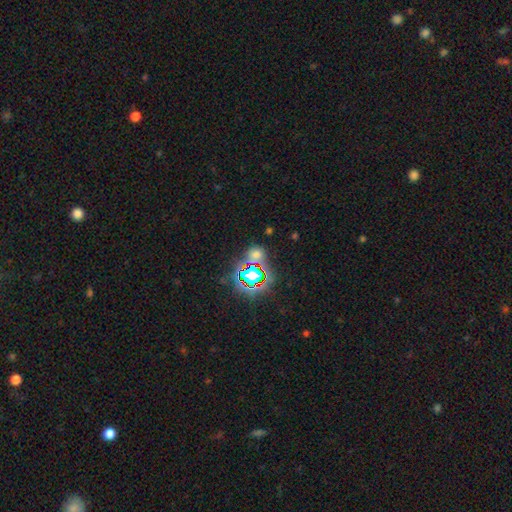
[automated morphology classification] The model was most divided on "smooth or featured": star or artifact: 61%, smooth: 30%, featured or disk: 9%.